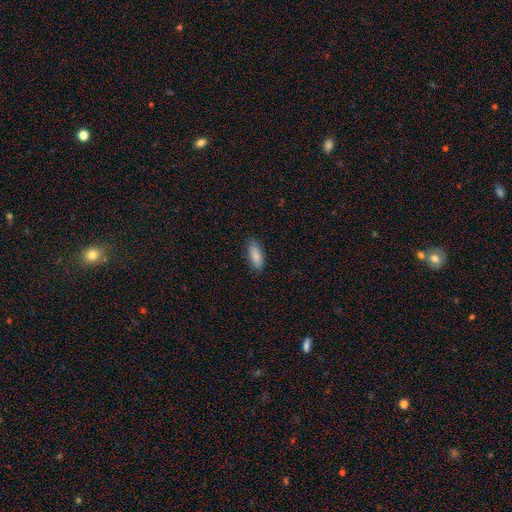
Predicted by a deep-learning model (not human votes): This is clearly a smooth galaxy (87%). How rounded: clearly in between (82%). Merging: clearly none (85%).